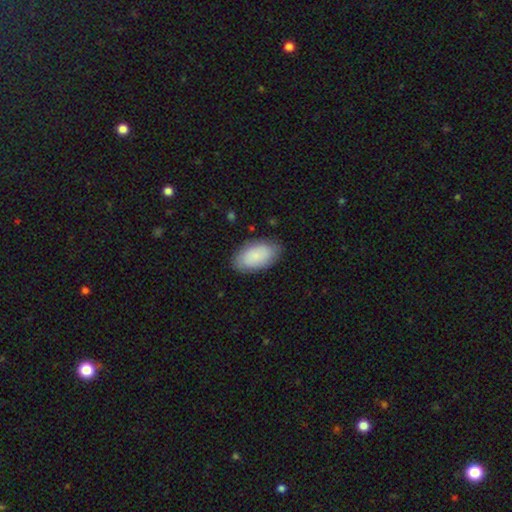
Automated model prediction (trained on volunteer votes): Morphology: type=smooth (83%); roundness=in between (95%); merging=none (83%).